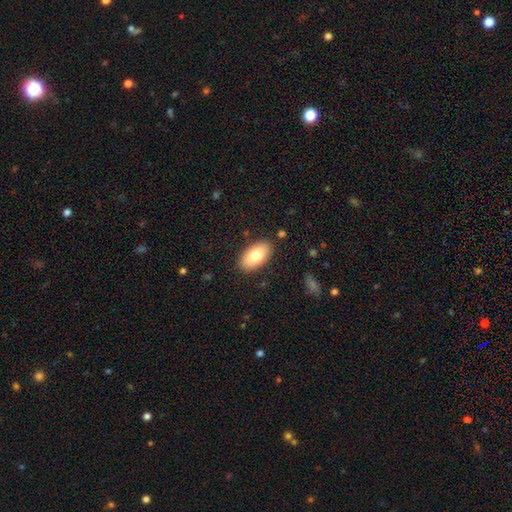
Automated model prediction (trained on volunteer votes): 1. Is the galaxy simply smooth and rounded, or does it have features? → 77% smooth, 16% featured or disk, 6% star or artifact.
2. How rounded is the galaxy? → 94% in between, 3% round, 3% cigar-shaped.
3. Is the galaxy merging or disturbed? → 87% none, 9% minor disturbance, 2% major disturbance, 1% merger.